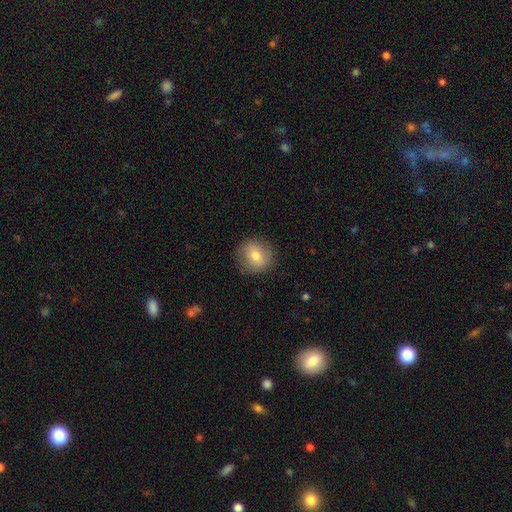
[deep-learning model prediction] A smooth galaxy with no disk features (74%) that is round (85%).

Vote fractions:
- Smooth or featured? smooth: 74% / featured or disk: 17% / star or artifact: 9%
- How rounded? round: 85% / in between: 14% / cigar-shaped: 1%
- Merging? none: 85% / minor disturbance: 11% / major disturbance: 3% / merger: 1%